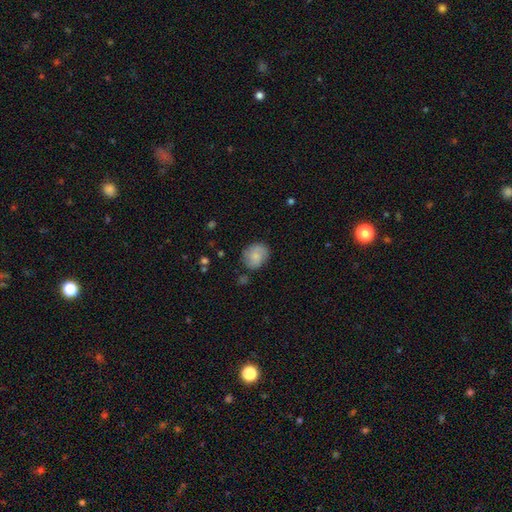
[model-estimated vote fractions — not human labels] A smooth galaxy with no disk features (76%) that is round (59%). Merging: none (72%).